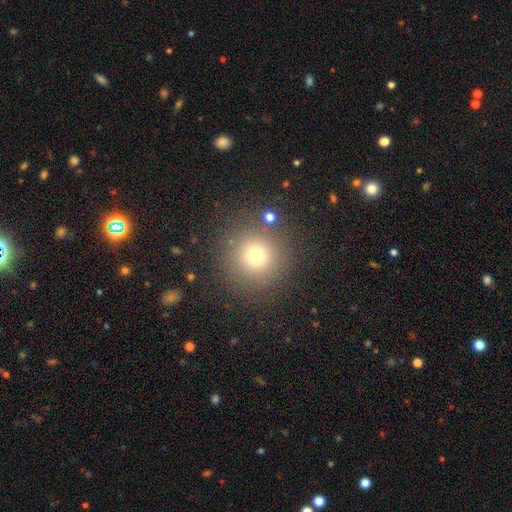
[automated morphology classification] smooth 72%, star or artifact 17%, featured or disk 10%. Down the decision tree: how rounded — round (95%); merging — none (85%).